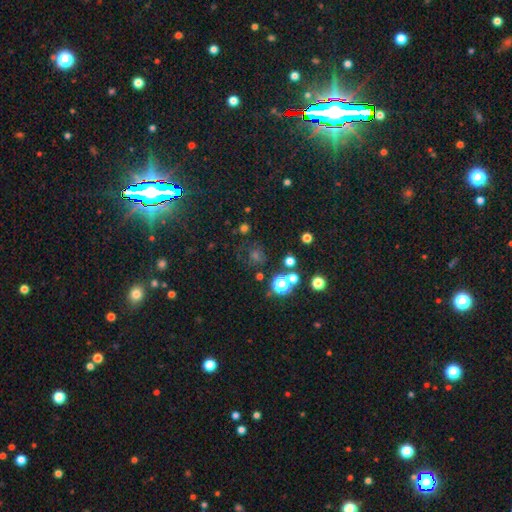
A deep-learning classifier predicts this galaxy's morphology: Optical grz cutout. It shows a star or artifact, not a galaxy (57%).